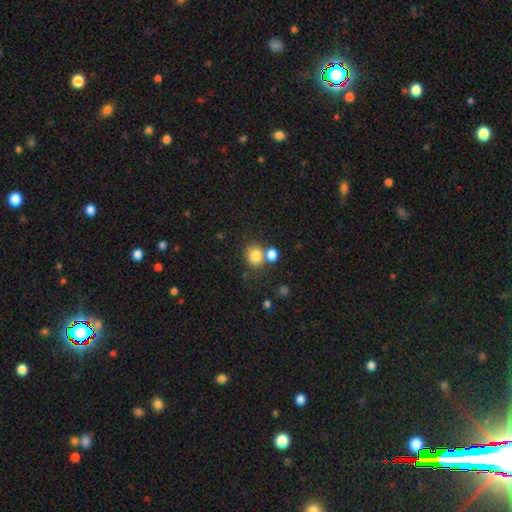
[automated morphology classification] A smooth galaxy with no disk features (81%) that is round (80%). Merging: none (57%).